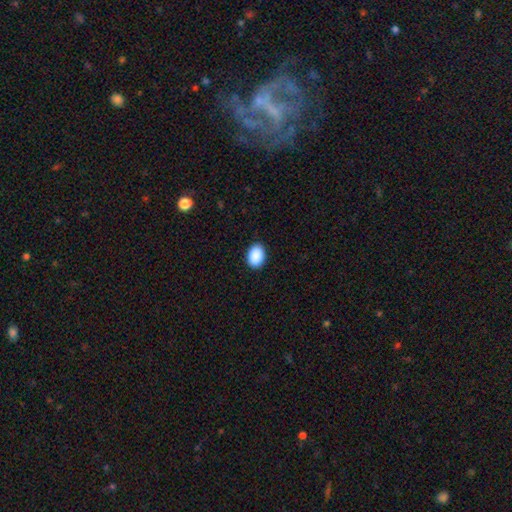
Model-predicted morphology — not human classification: Q: Smooth or featured?
A: smooth (91%); runner-up: star or artifact (7%)
Q: How rounded?
A: in between (78%); runner-up: round (21%)
Q: Merging?
A: none (90%); runner-up: minor disturbance (7%)